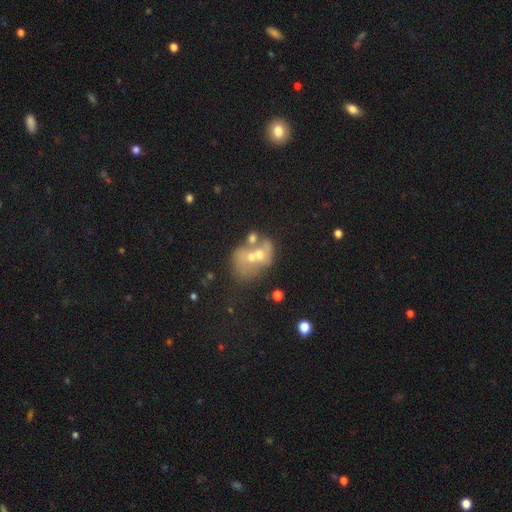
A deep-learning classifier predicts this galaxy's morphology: A featured or disk galaxy (44%). Merging: merger (63%).